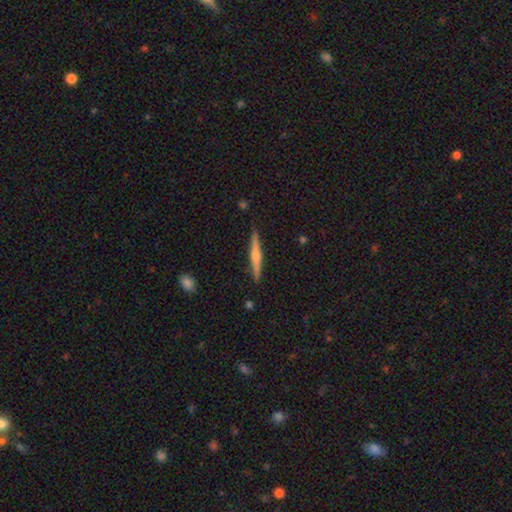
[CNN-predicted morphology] type=featured or disk (58%); edge-on=yes (98%); edge-on bulge=rounded (67%); merging=none (89%).